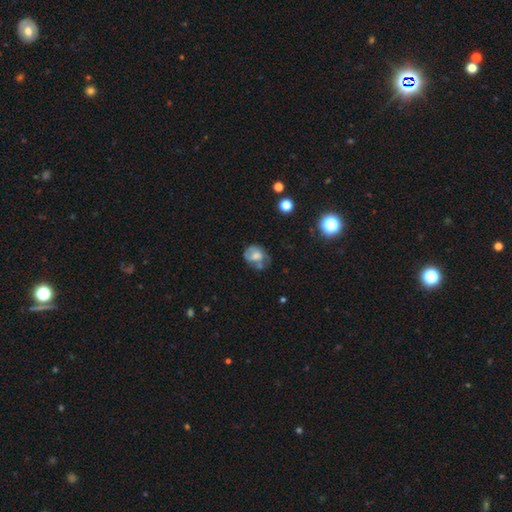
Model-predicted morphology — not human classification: type=smooth (51%); roundness=round (54%); merging=none (42%).